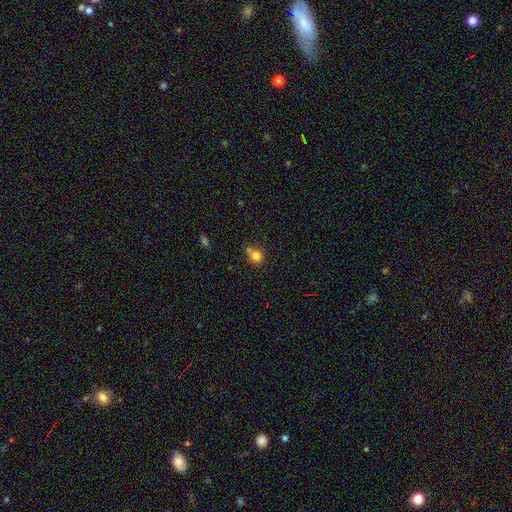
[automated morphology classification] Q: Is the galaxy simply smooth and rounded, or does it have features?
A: smooth — 81%.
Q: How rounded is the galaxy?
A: round — 68%.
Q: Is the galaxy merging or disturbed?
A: none — 56%.